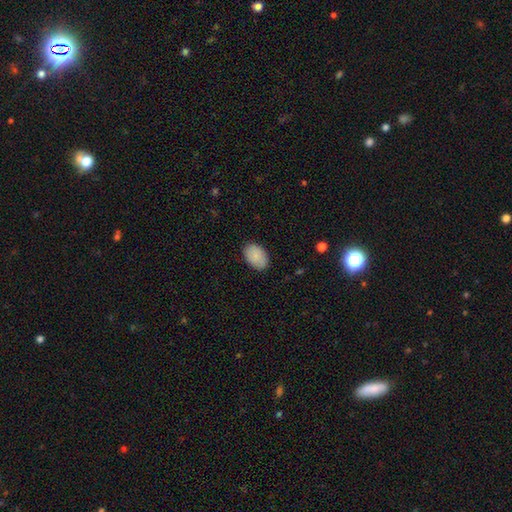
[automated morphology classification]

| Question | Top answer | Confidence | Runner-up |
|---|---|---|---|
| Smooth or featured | smooth | 88% | star or artifact (6%) |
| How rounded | in between | 89% | round (10%) |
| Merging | none | 86% | minor disturbance (11%) |